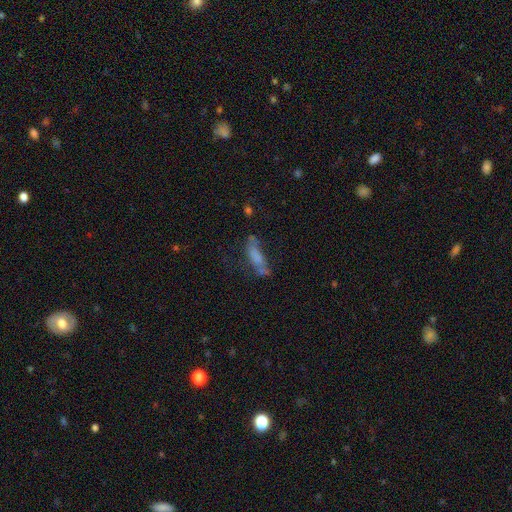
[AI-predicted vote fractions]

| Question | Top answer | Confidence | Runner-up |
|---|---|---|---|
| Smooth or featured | smooth | 62% | featured or disk (26%) |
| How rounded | cigar-shaped | 51% | in between (46%) |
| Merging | none | 40% | minor disturbance (24%) |